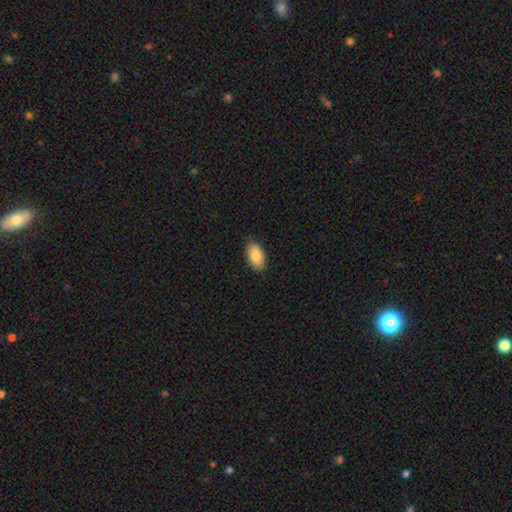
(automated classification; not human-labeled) Smooth or featured?
  - smooth: 86% *
  - featured or disk: 7%
  - star or artifact: 7%
How rounded?
  - in between: 93% *
  - round: 4%
  - cigar-shaped: 3%
Merging?
  - none: 85% *
  - minor disturbance: 12%
  - major disturbance: 2%
  - merger: 1%